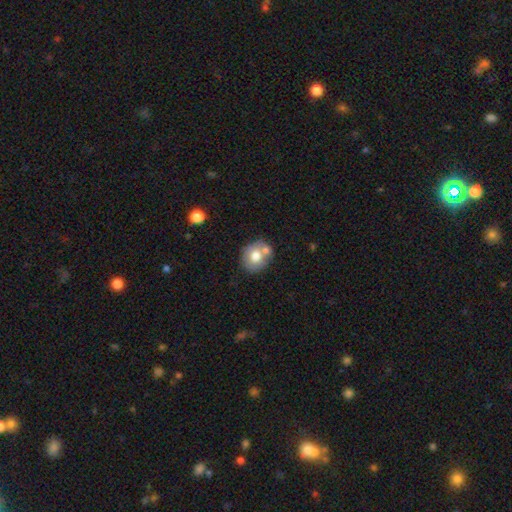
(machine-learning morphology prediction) smooth-or-featured: smooth: 69% | featured or disk: 23% | star or artifact: 8%
  how-rounded: round: 70% | in between: 29% | cigar-shaped: 1%
  merging: none: 53% | merger: 30% | minor disturbance: 13% | major disturbance: 4%